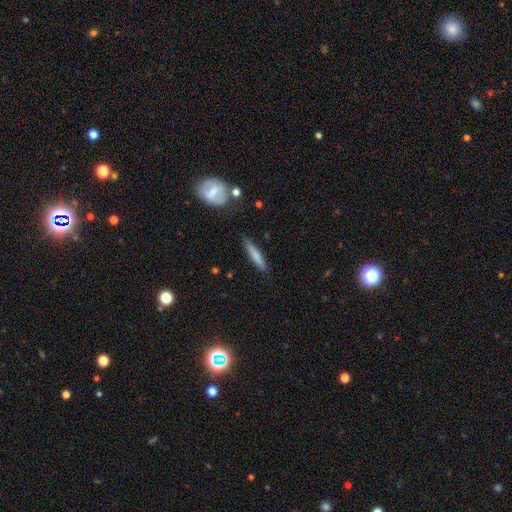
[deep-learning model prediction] smooth_or_featured: smooth (p=0.74) [alt: featured or disk p=0.20]
how_rounded: cigar-shaped (p=0.90) [alt: in between p=0.08]
merging: none (p=0.84) [alt: minor disturbance p=0.12]